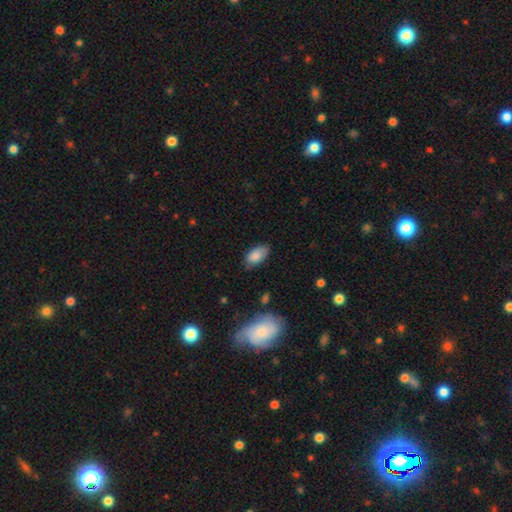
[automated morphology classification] The model was most divided on "merging": none: 73%, minor disturbance: 21%, major disturbance: 4%, merger: 2%. More confident: how rounded — in between (94%); smooth or featured — smooth (85%).